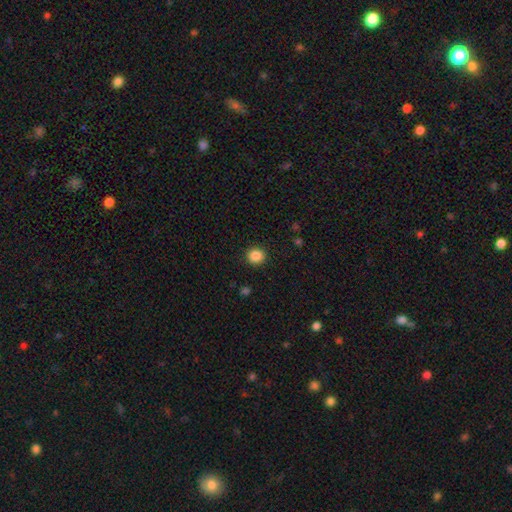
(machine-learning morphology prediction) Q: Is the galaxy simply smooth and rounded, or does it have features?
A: smooth — 86%.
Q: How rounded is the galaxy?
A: round — 89%.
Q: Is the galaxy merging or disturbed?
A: none — 92%.